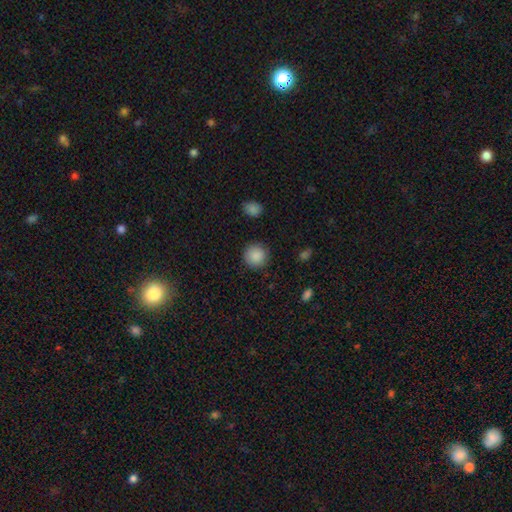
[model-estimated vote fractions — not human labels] Smooth or featured?
  - smooth: 88% *
  - star or artifact: 8%
  - featured or disk: 4%
How rounded?
  - round: 94% *
  - in between: 5%
  - cigar-shaped: 1%
Merging?
  - none: 90% *
  - minor disturbance: 7%
  - major disturbance: 2%
  - merger: 1%